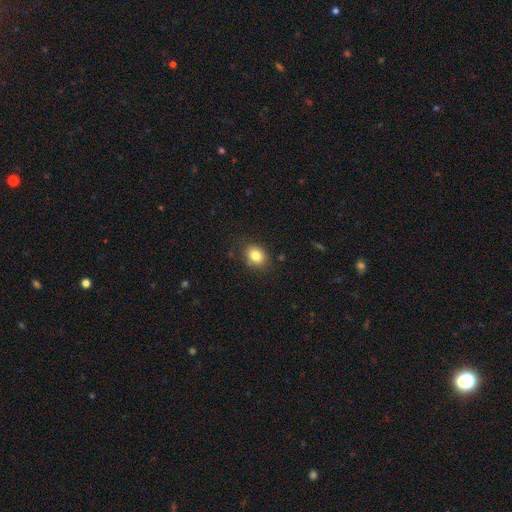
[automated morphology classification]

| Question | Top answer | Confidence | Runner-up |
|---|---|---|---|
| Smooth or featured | smooth | 82% | star or artifact (10%) |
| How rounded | round | 52% | in between (47%) |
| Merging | none | 82% | minor disturbance (13%) |